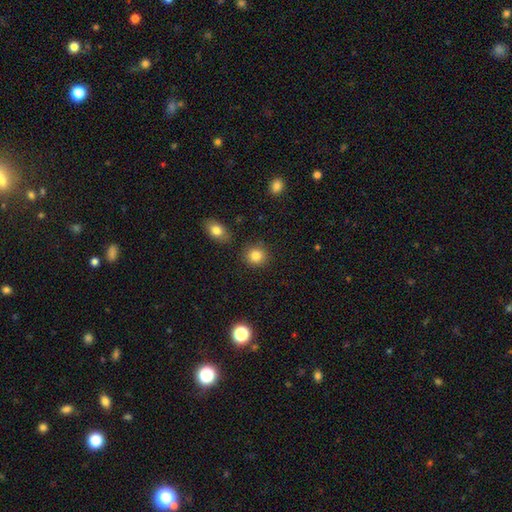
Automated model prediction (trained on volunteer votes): Smooth or featured? smooth (85%)
How rounded? round (86%)
Merging? none (85%)